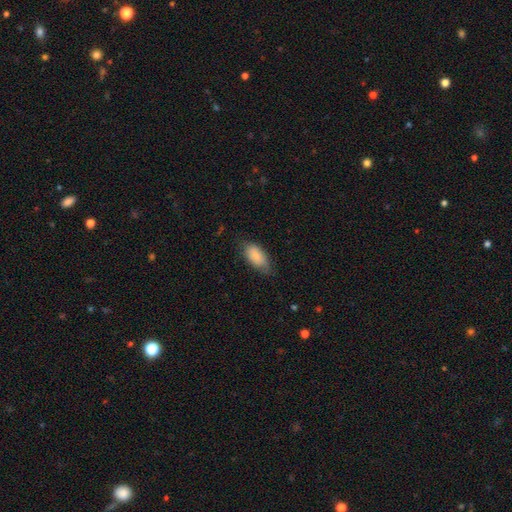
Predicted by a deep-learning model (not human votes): Smooth or featured?
  - smooth: 85% *
  - featured or disk: 9%
  - star or artifact: 6%
How rounded?
  - in between: 92% *
  - cigar-shaped: 5%
  - round: 3%
Merging?
  - none: 65% *
  - minor disturbance: 29%
  - major disturbance: 6%
  - merger: 1%